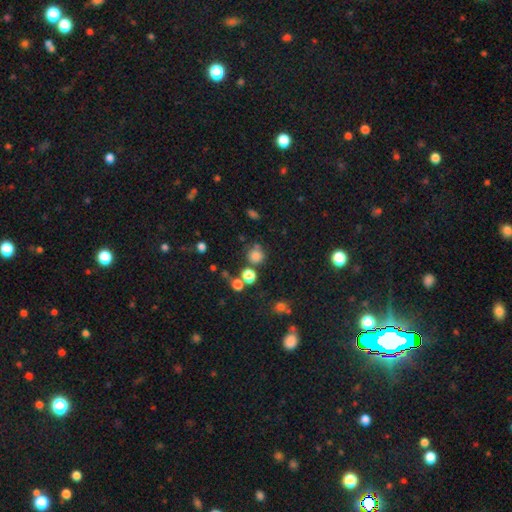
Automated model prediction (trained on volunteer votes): Smooth or featured? smooth (75%)
How rounded? round (89%)
Merging? none (69%)